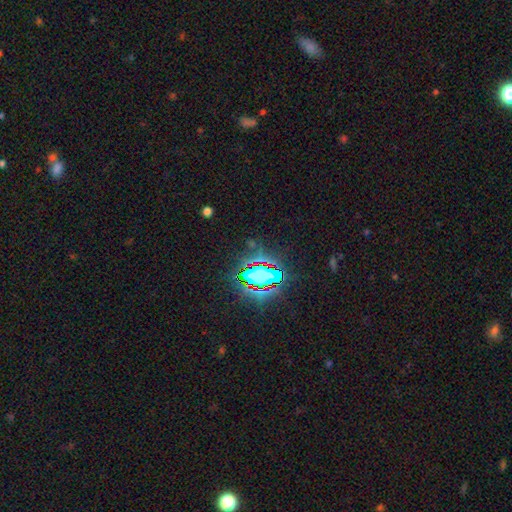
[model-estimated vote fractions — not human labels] A star or artifact, not a galaxy (81%).

Vote fractions:
- Smooth or featured? star or artifact: 81% / smooth: 11% / featured or disk: 8%